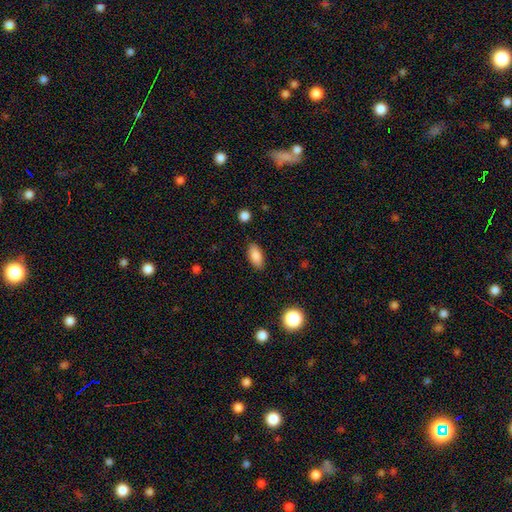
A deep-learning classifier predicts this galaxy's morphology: Smooth or featured?
  - smooth: 87% *
  - star or artifact: 8%
  - featured or disk: 6%
How rounded?
  - in between: 91% *
  - cigar-shaped: 6%
  - round: 3%
Merging?
  - none: 86% *
  - minor disturbance: 10%
  - major disturbance: 2%
  - merger: 1%